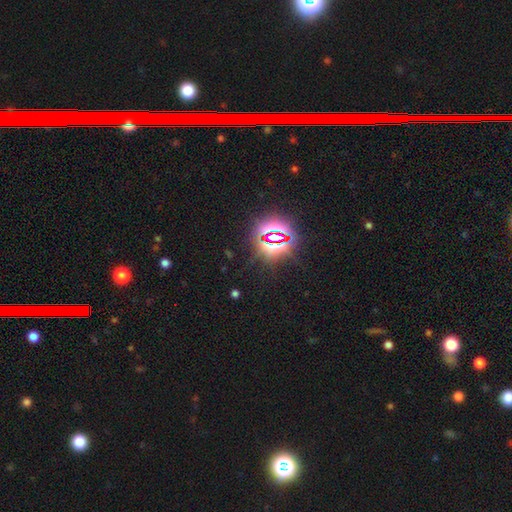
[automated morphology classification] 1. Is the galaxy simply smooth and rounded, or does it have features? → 75% star or artifact, 16% smooth, 8% featured or disk.